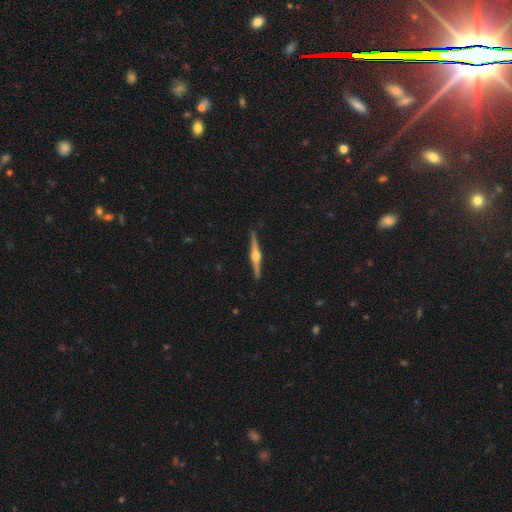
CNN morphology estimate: Smooth or featured?
  - featured or disk: 83% *
  - smooth: 12%
  - star or artifact: 5%
Edge-on disk?
  - yes: 99% *
  - no: 1%
Edge-on bulge?
  - rounded: 93% *
  - boxy: 5%
  - none: 2%
Merging?
  - none: 91% *
  - minor disturbance: 7%
  - major disturbance: 1%
  - merger: 1%